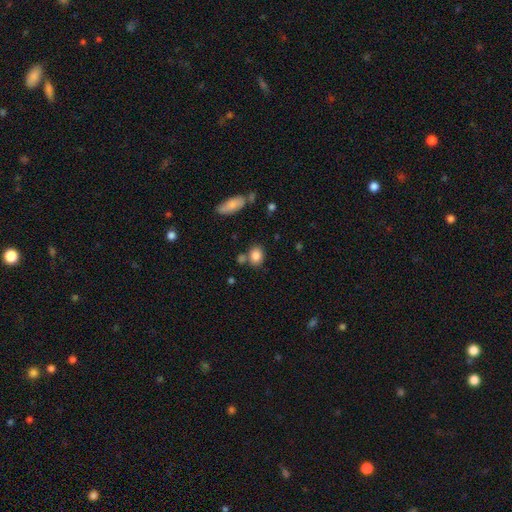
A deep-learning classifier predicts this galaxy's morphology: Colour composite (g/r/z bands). It shows a smooth galaxy with no disk features (84%) that is in between round and cigar-shaped (51%). Merging: none (67%).